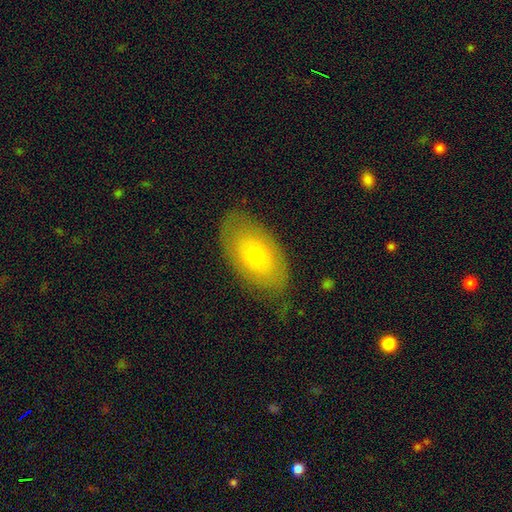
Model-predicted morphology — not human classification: This appears to be a smooth galaxy with no disk features (60%) that is in between round and cigar-shaped (90%). Merging: none (73%).